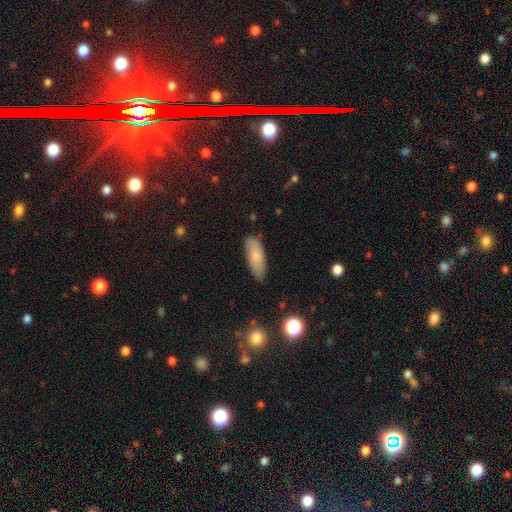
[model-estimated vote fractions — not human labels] smooth 78%, featured or disk 15%, star or artifact 7%. Down the decision tree: how rounded — in between (70%); merging — none (79%).